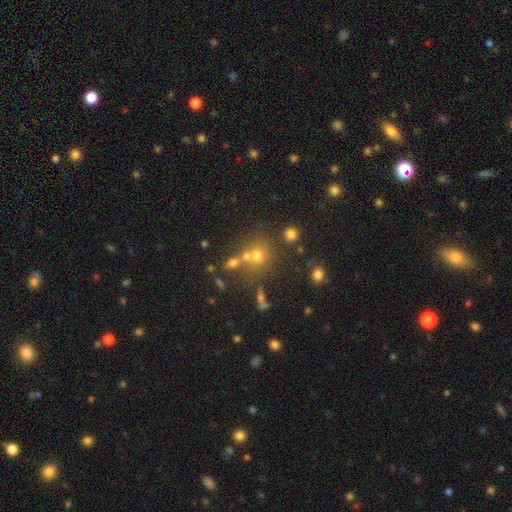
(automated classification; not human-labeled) Q: Smooth or featured?
A: smooth (56%); runner-up: star or artifact (28%)
Q: How rounded?
A: round (83%); runner-up: in between (16%)
Q: Merging?
A: none (55%); runner-up: merger (31%)